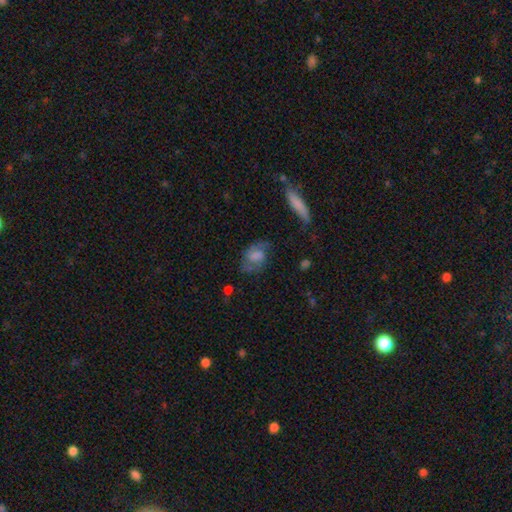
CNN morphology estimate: Overall: smooth (48%; featured or disk 42%). Merging: none (52%; minor disturbance 26%).